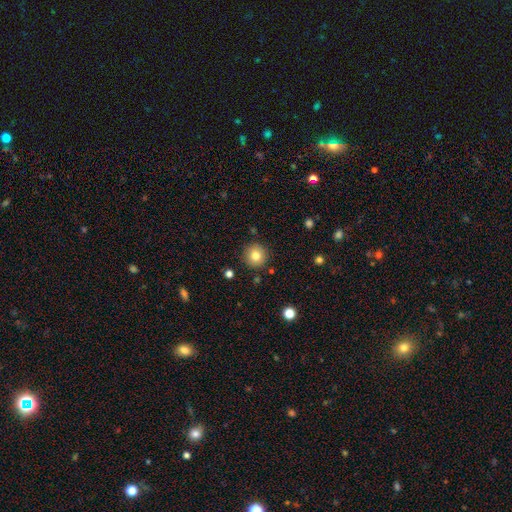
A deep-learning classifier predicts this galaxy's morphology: Smooth or featured? smooth (81%)
How rounded? round (95%)
Merging? none (90%)